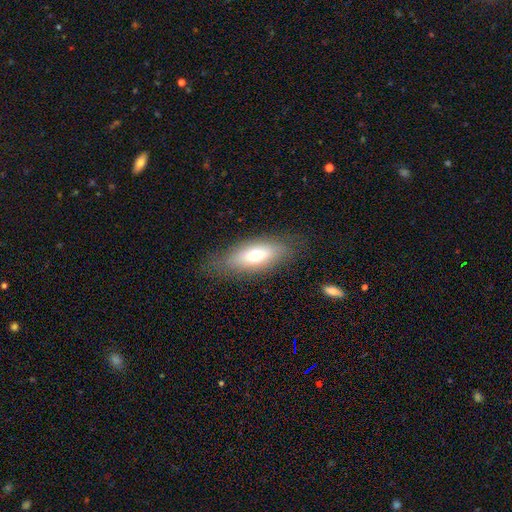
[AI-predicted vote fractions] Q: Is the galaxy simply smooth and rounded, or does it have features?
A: smooth — 64%.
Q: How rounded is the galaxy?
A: in between — 74%.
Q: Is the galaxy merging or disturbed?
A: none — 77%.